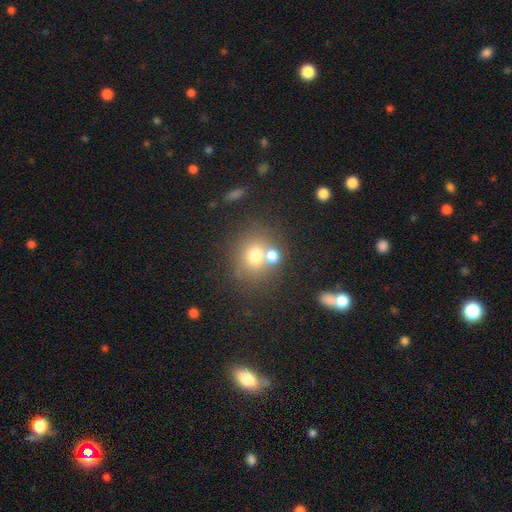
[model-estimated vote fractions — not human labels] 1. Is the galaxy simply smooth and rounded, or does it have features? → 71% smooth, 15% featured or disk, 14% star or artifact.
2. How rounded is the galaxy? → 75% round, 24% in between, 1% cigar-shaped.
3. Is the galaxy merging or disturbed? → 48% none, 38% merger, 9% minor disturbance, 4% major disturbance.